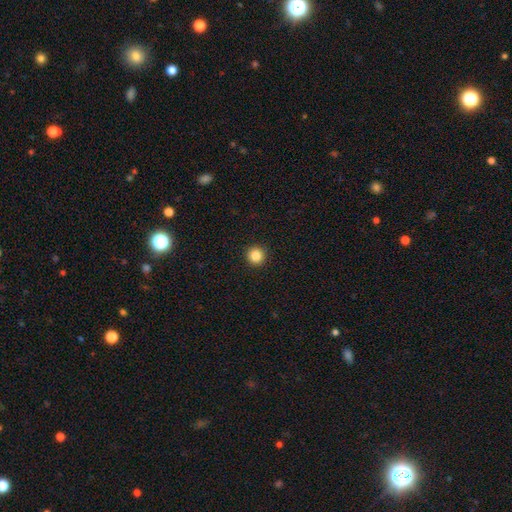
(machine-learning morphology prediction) smooth 86%, star or artifact 10%, featured or disk 4%. Down the decision tree: how rounded — round (96%); merging — none (93%).